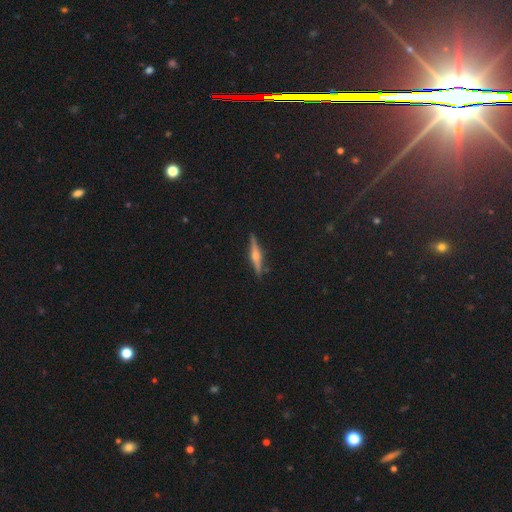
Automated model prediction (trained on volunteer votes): This is likely a featured or disk galaxy (71%). It is clearly viewed edge-on (98%). Edge-on bulge: clearly rounded (86%). Merging: clearly none (89%).